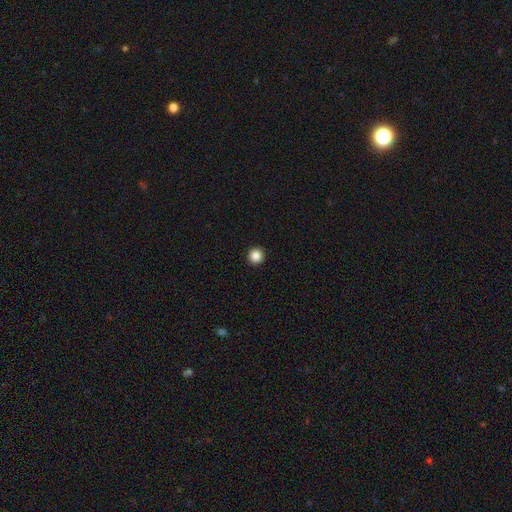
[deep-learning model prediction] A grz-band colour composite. It shows a smooth galaxy with no disk features (87%) that is round (96%). Merging: none (94%).